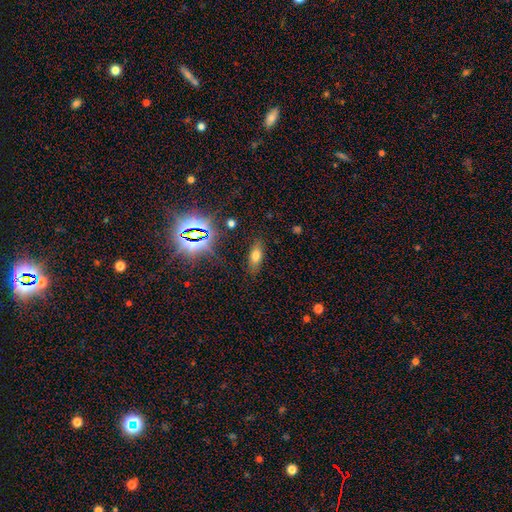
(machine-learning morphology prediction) smooth-or-featured: smooth: 65% | star or artifact: 20% | featured or disk: 15%
  how-rounded: in between: 75% | cigar-shaped: 20% | round: 5%
  merging: none: 84% | minor disturbance: 11% | major disturbance: 4% | merger: 2%